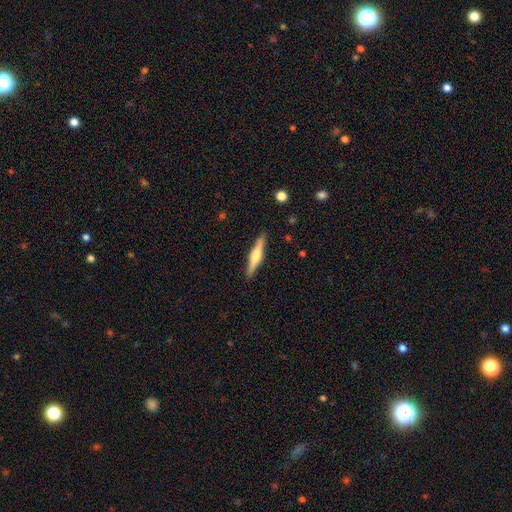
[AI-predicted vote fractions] This appears to be a featured or disk galaxy (64%) viewed edge-on (97%) with a rounded central bulge (88%). Merging: none (90%).